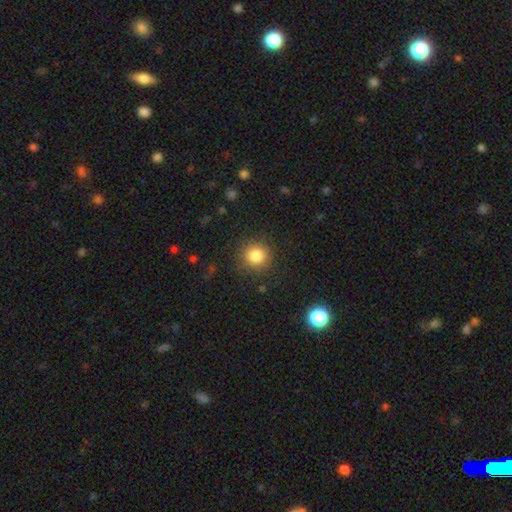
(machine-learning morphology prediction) A smooth galaxy with no disk features (83%) that is round (93%).

Vote fractions:
- Smooth or featured? smooth: 83% / star or artifact: 11% / featured or disk: 6%
- How rounded? round: 93% / in between: 6% / cigar-shaped: 1%
- Merging? none: 88% / minor disturbance: 7% / major disturbance: 3% / merger: 1%